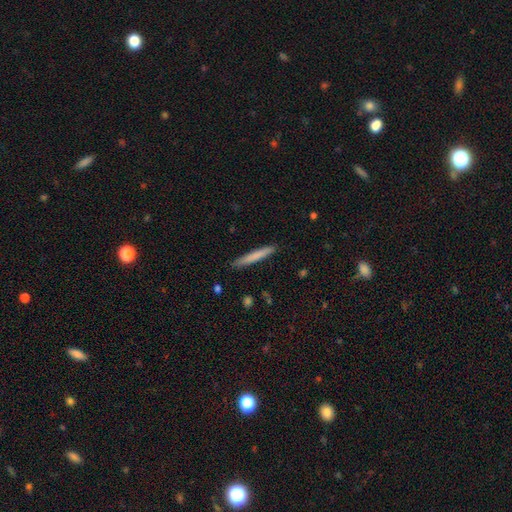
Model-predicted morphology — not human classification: smooth_or_featured: smooth (p=0.74) [alt: featured or disk p=0.20]
how_rounded: cigar-shaped (p=0.96) [alt: in between p=0.03]
merging: none (p=0.89) [alt: minor disturbance p=0.08]